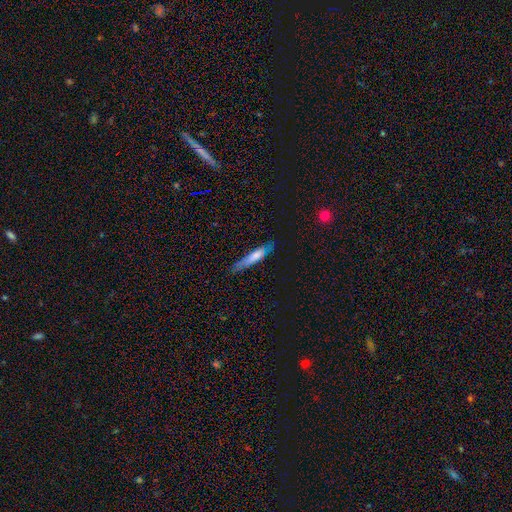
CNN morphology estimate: Smooth or featured? smooth (50%)
Merging? none (76%)